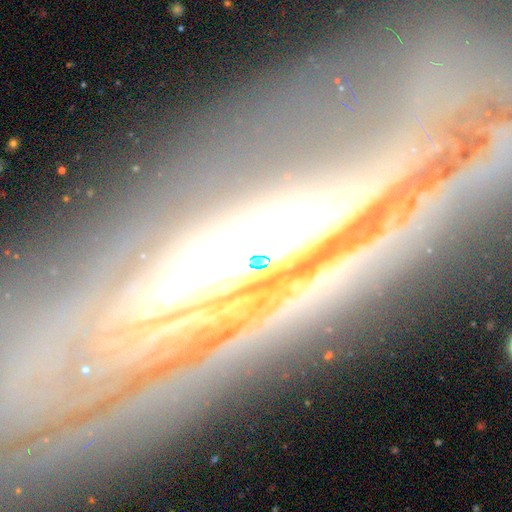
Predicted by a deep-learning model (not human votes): featured or disk 78%, star or artifact 12%, smooth 10%. Down the decision tree: edge-on disk — yes (70%); edge-on bulge — rounded (75%); merging — none (74%).